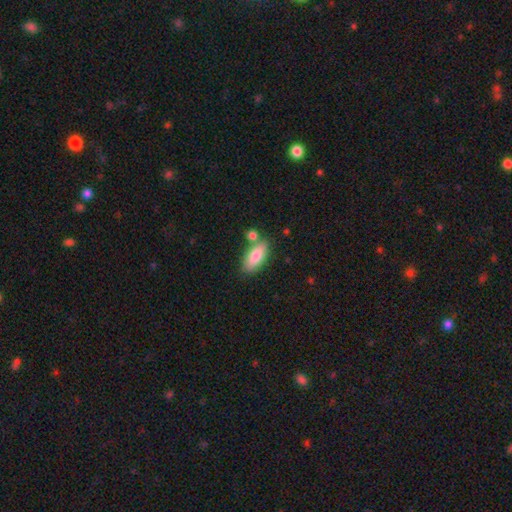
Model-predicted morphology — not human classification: Smooth or featured? smooth (80%)
How rounded? in between (77%)
Merging? none (70%)